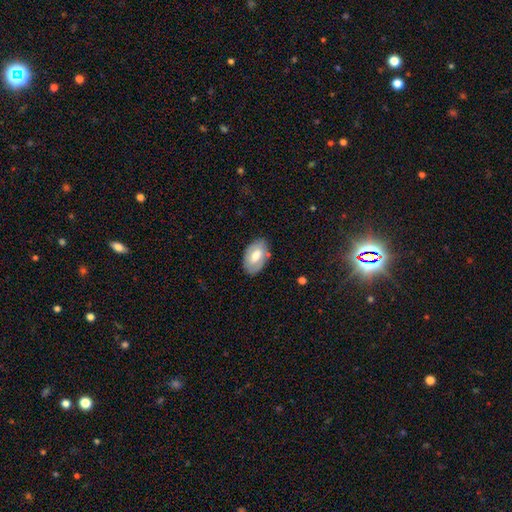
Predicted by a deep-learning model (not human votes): Smooth or featured?
  - smooth: 56% *
  - featured or disk: 37%
  - star or artifact: 6%
How rounded?
  - in between: 92% *
  - round: 7%
  - cigar-shaped: 1%
Merging?
  - none: 79% *
  - minor disturbance: 16%
  - major disturbance: 4%
  - merger: 2%